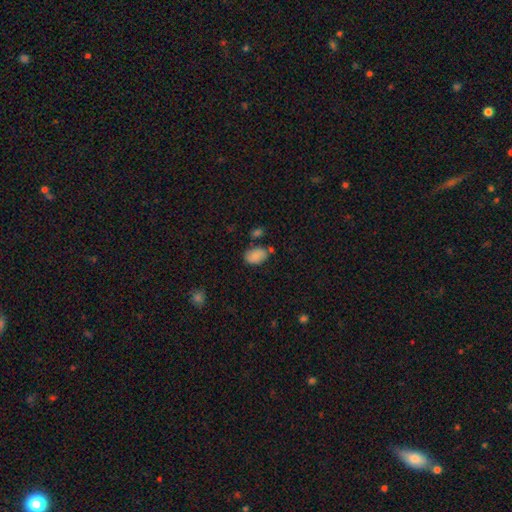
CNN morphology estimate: smooth_or_featured: smooth (p=0.86) [alt: star or artifact p=0.09]
how_rounded: in between (p=0.88) [alt: round p=0.11]
merging: none (p=0.65) [alt: minor disturbance p=0.20]